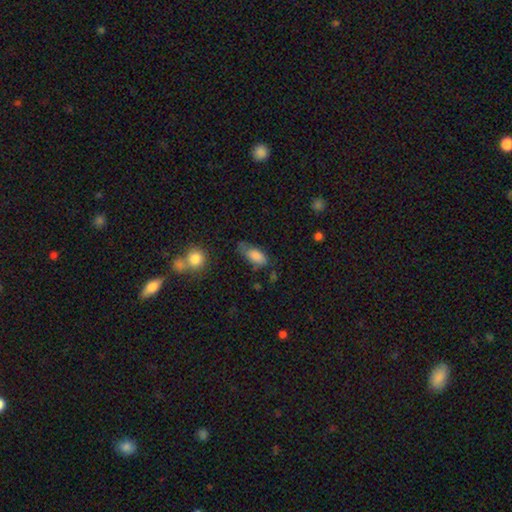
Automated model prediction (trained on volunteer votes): Smooth or featured?
  - smooth: 82% *
  - featured or disk: 10%
  - star or artifact: 8%
How rounded?
  - in between: 86% *
  - cigar-shaped: 10%
  - round: 4%
Merging?
  - none: 47% *
  - minor disturbance: 34%
  - major disturbance: 14%
  - merger: 4%